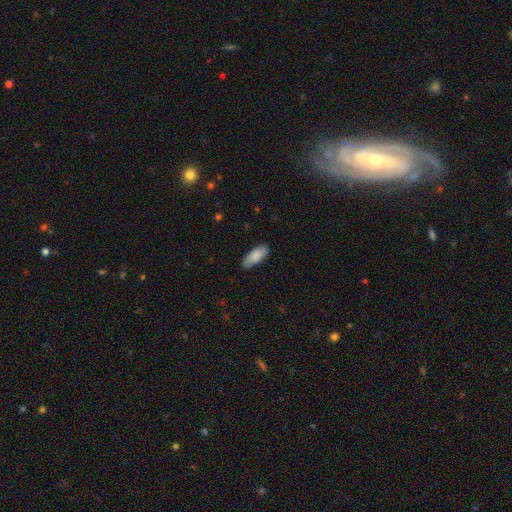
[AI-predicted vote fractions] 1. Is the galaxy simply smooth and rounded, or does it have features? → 87% smooth, 8% featured or disk, 5% star or artifact.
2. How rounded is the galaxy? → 79% in between, 19% cigar-shaped, 2% round.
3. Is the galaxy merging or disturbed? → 84% none, 13% minor disturbance, 2% major disturbance, 1% merger.